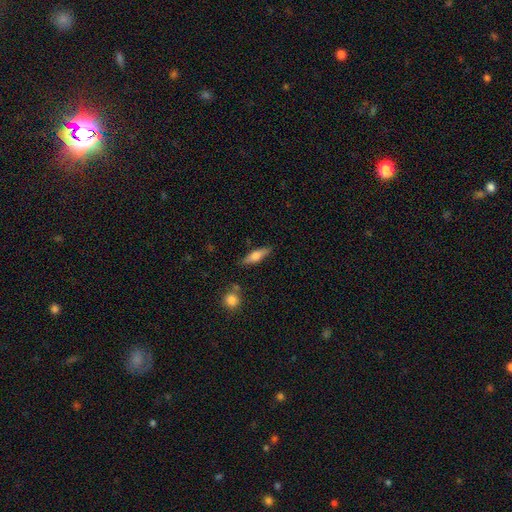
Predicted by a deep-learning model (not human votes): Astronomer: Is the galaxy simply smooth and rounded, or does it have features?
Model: smooth — 59% (runner-up: featured or disk, 35%).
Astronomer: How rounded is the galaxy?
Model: cigar-shaped — 58% (runner-up: in between, 39%).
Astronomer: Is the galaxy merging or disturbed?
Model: none — 81%.